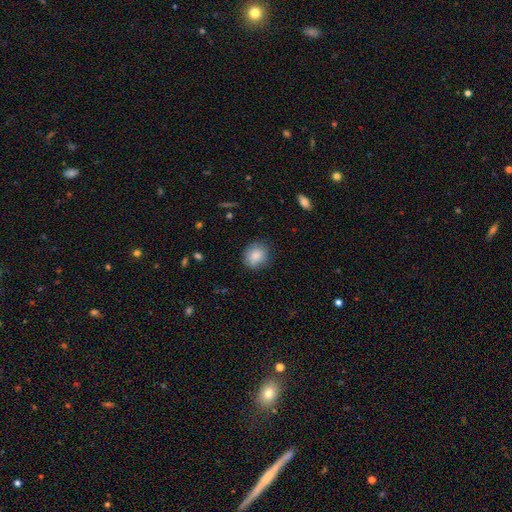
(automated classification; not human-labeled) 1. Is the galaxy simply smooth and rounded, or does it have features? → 83% smooth, 9% featured or disk, 8% star or artifact.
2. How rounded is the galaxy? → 74% round, 25% in between, 1% cigar-shaped.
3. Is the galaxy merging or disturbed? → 76% none, 18% minor disturbance, 4% major disturbance, 1% merger.